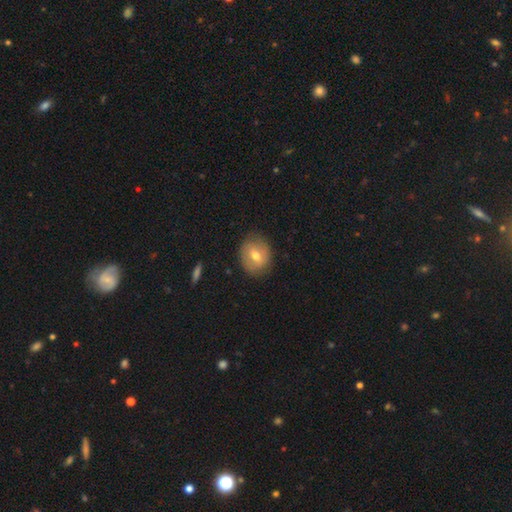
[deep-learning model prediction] Smooth or featured: smooth — 57% (featured or disk — 36%)
How rounded: round — 63% (in between — 36%)
Merging: none — 80% (minor disturbance — 15%)